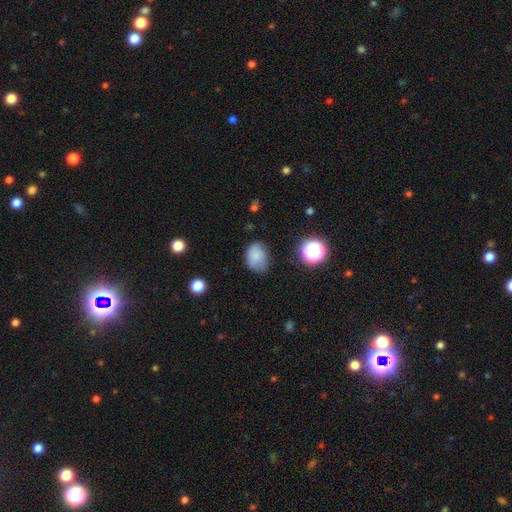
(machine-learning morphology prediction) Q: Smooth or featured?
A: smooth (81%); runner-up: star or artifact (11%)
Q: How rounded?
A: in between (66%); runner-up: round (33%)
Q: Merging?
A: none (66%); runner-up: minor disturbance (25%)